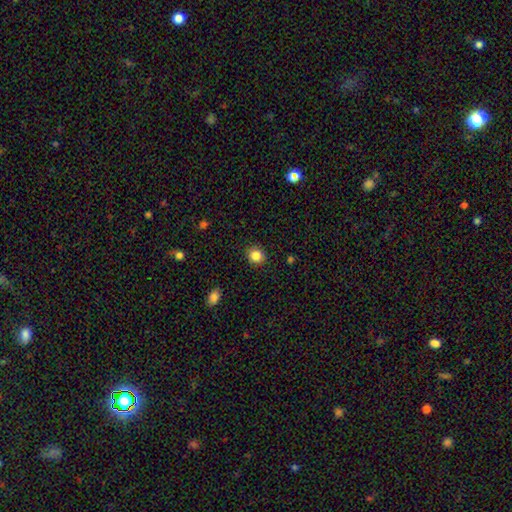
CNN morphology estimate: Q: Smooth or featured?
A: smooth (85%); runner-up: star or artifact (10%)
Q: How rounded?
A: round (80%); runner-up: in between (19%)
Q: Merging?
A: none (91%); runner-up: minor disturbance (6%)